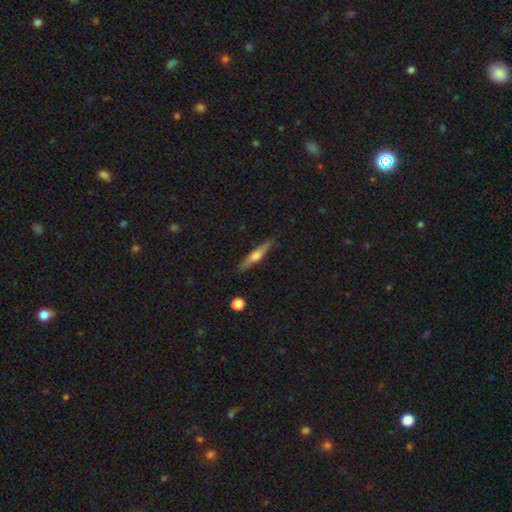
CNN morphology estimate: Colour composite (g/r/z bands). It shows a featured or disk galaxy (62%) viewed edge-on (97%) with a rounded central bulge (91%). Merging: none (89%).